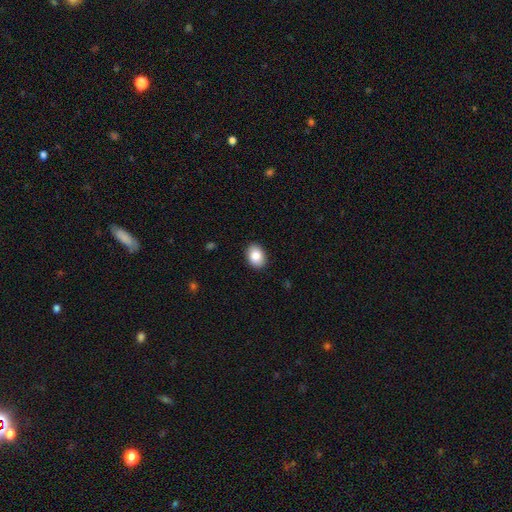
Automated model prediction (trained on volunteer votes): Overall: smooth (85%). How rounded: in between (71%). Merging: none (90%).